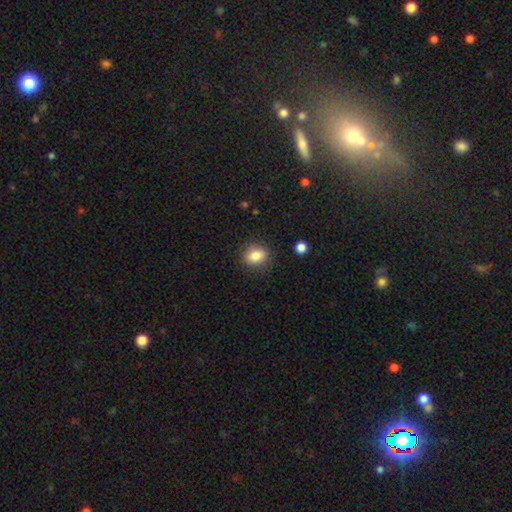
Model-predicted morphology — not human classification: Smooth or featured?
  - smooth: 85% *
  - star or artifact: 9%
  - featured or disk: 6%
How rounded?
  - in between: 57% *
  - round: 42%
  - cigar-shaped: 1%
Merging?
  - none: 85% *
  - minor disturbance: 11%
  - major disturbance: 3%
  - merger: 1%